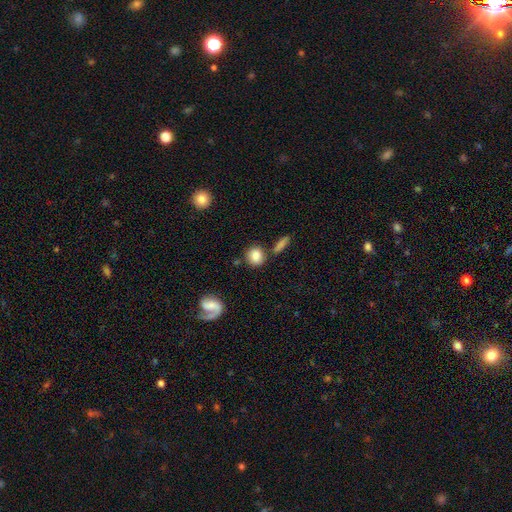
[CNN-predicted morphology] This is clearly a smooth galaxy (82%). How rounded: likely round (72%). Merging: likely none (71%).